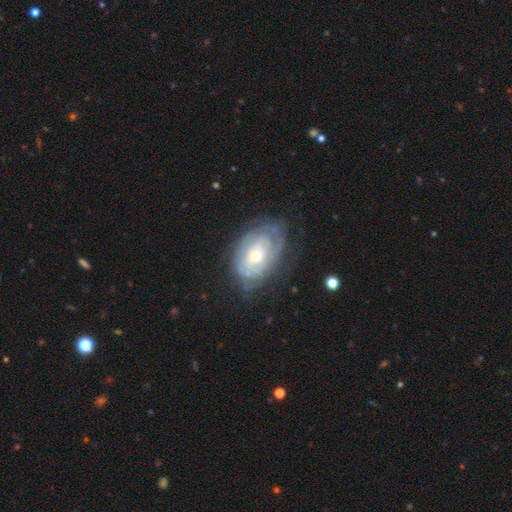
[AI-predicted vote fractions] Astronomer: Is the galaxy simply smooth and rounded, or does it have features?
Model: featured or disk — 75%.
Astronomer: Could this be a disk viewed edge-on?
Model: no — 95%.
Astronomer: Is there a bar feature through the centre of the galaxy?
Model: no — 74%.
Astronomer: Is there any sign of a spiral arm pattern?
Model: yes — 82%.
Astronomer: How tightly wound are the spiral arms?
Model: tight — 72%.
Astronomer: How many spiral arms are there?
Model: can't tell — 60%.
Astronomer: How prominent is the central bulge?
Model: moderate — 48% (runner-up: small, 45%).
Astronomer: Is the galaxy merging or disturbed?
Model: none — 63%.